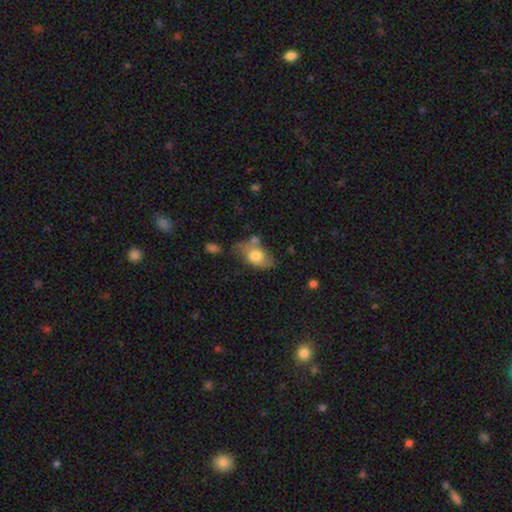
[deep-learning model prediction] Morphology: type=smooth (63%); roundness=in between (88%); merging=none (43%).